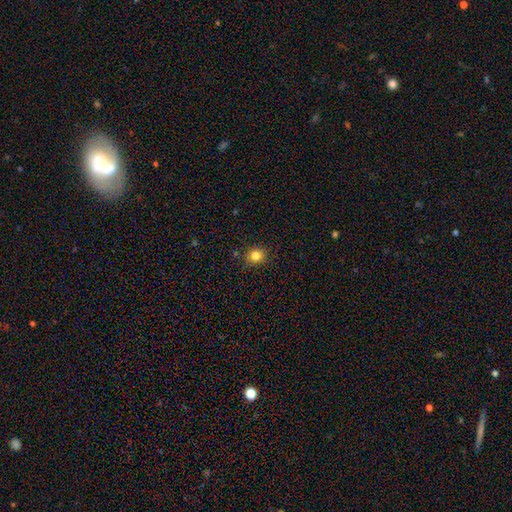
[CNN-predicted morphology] smooth 82%, star or artifact 13%, featured or disk 6%. Down the decision tree: how rounded — round (80%); merging — none (87%).